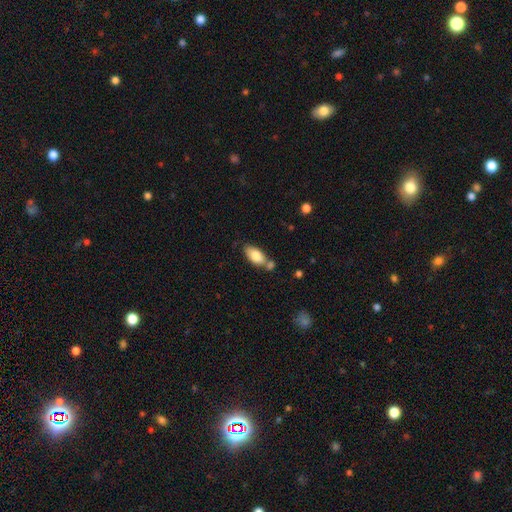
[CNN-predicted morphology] smooth-or-featured: smooth: 79% | featured or disk: 14% | star or artifact: 7%
  how-rounded: in between: 90% | cigar-shaped: 7% | round: 3%
  merging: none: 54% | merger: 26% | minor disturbance: 16% | major disturbance: 4%